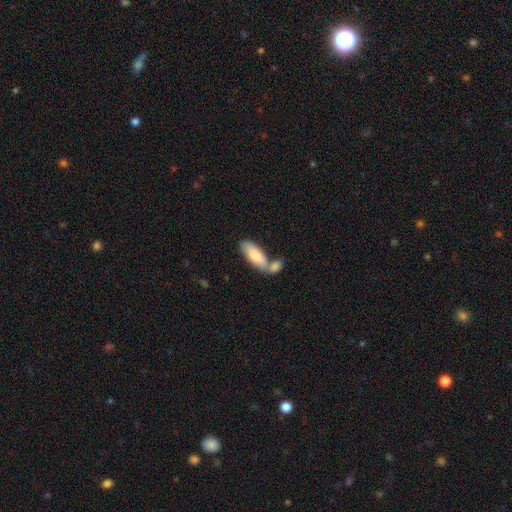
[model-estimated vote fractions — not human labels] A smooth galaxy with no disk features (81%) that is in between round and cigar-shaped (74%). Merging: merger (48%).